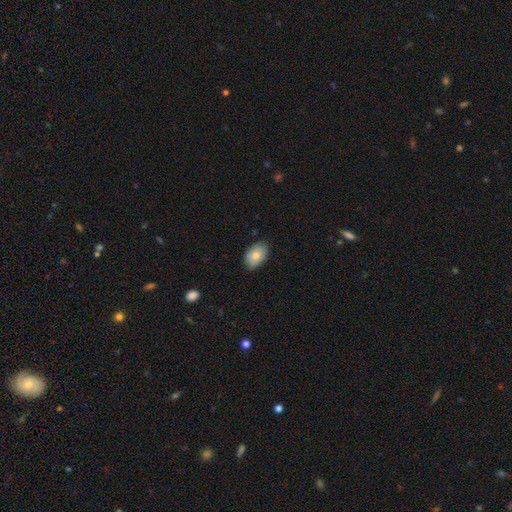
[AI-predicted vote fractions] Smooth or featured: smooth — 77% (featured or disk — 15%)
How rounded: in between — 85% (round — 14%)
Merging: none — 82% (minor disturbance — 15%)